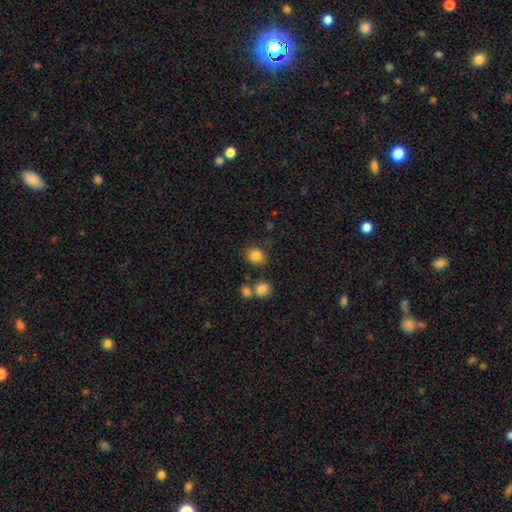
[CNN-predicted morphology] smooth-or-featured: smooth: 84% | star or artifact: 11% | featured or disk: 6%
  how-rounded: round: 65% | in between: 34% | cigar-shaped: 1%
  merging: none: 73% | minor disturbance: 13% | merger: 9% | major disturbance: 5%